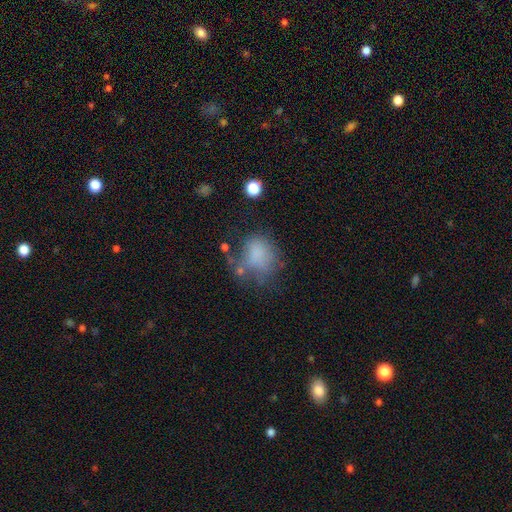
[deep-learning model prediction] Smooth or featured? smooth (67%)
How rounded? round (50%)
Merging? none (41%)